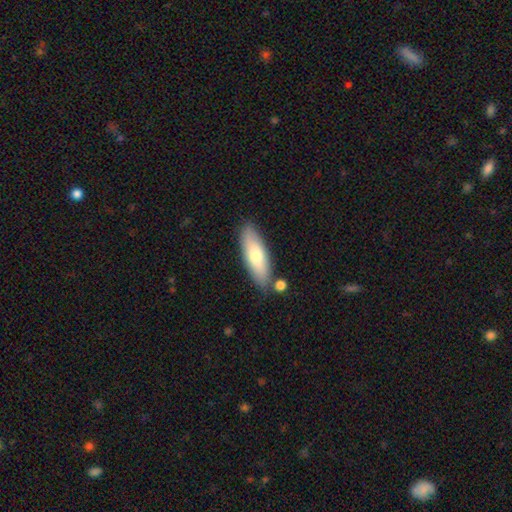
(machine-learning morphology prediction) Smooth or featured: smooth — 69% (featured or disk — 25%)
How rounded: in between — 55% (cigar-shaped — 43%)
Merging: none — 80% (minor disturbance — 12%)